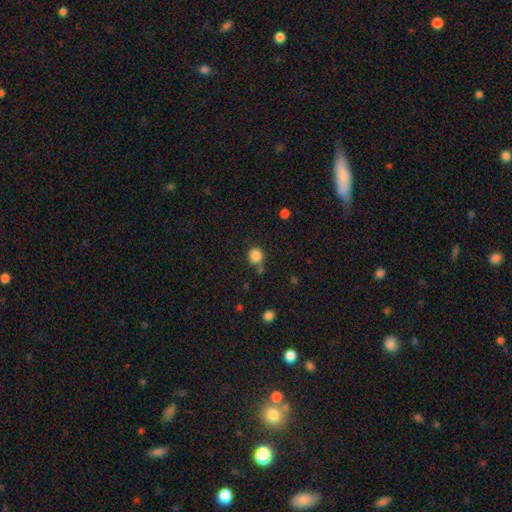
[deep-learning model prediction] Smooth or featured? smooth (85%)
How rounded? round (88%)
Merging? none (72%)